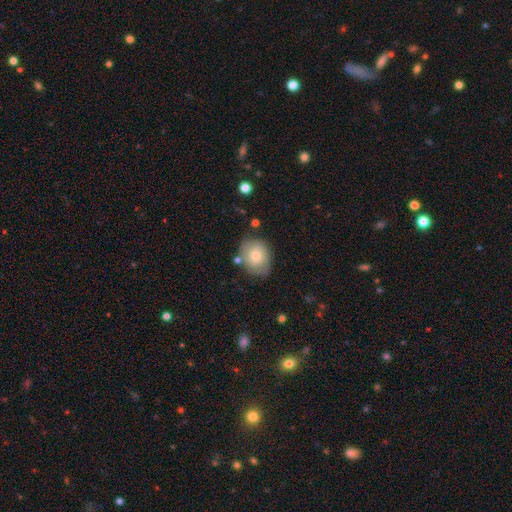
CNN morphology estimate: Q: Smooth or featured?
A: smooth (66%); runner-up: featured or disk (26%)
Q: How rounded?
A: round (54%); runner-up: in between (45%)
Q: Merging?
A: none (67%); runner-up: minor disturbance (22%)